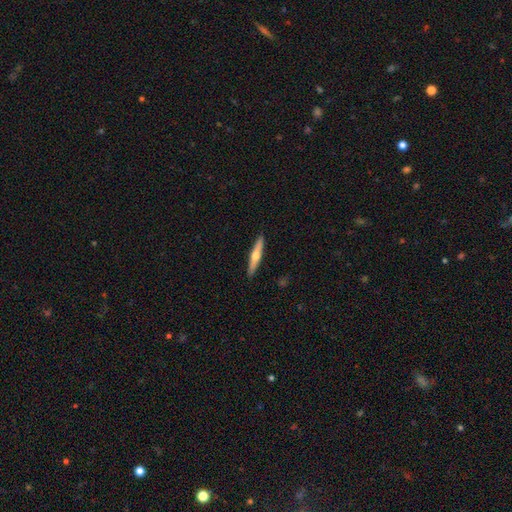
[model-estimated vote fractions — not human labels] smooth-or-featured: featured or disk: 56% | smooth: 39% | star or artifact: 5%
  disk-edge-on: yes: 96% | no: 4%
    edge-on-bulge: rounded: 92% | none: 6% | boxy: 2%
  merging: none: 92% | minor disturbance: 6% | major disturbance: 1% | merger: 1%